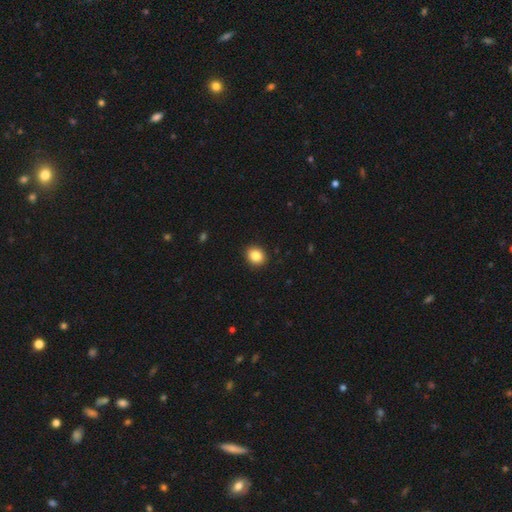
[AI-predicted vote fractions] Morphology: type=smooth (86%); roundness=round (62%); merging=none (91%).